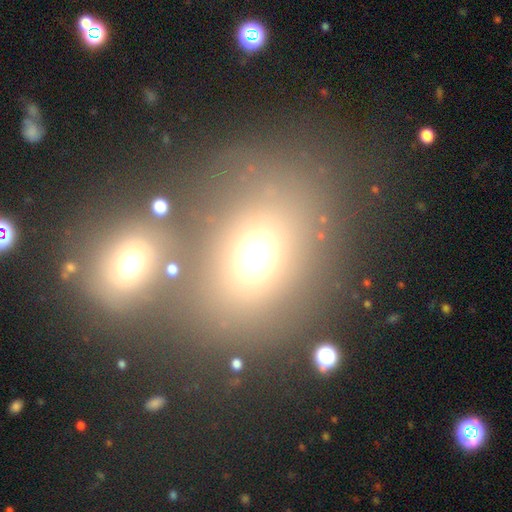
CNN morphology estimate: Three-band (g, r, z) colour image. It shows a smooth galaxy with no disk features (63%) that is round (52%). Merging: none (48%).